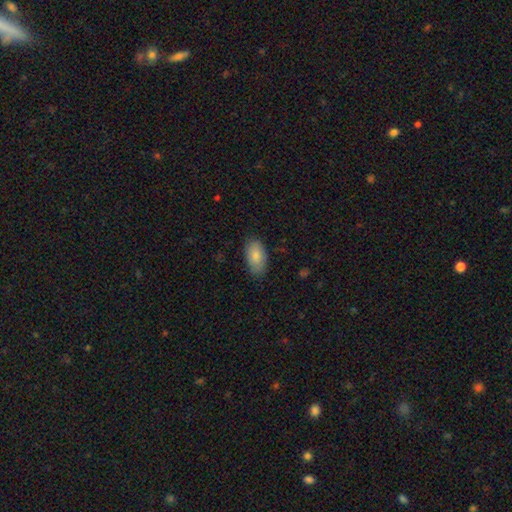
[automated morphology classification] Q: Smooth or featured?
A: smooth (84%); runner-up: featured or disk (10%)
Q: How rounded?
A: in between (94%); runner-up: round (4%)
Q: Merging?
A: none (83%); runner-up: minor disturbance (13%)